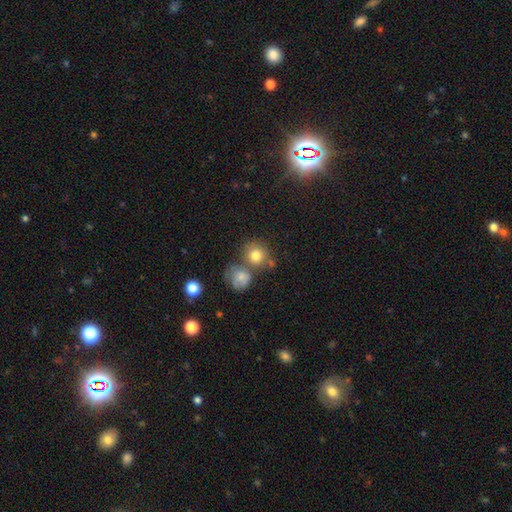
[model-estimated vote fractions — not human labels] This appears to be a smooth galaxy with no disk features (79%) that is round (84%). Merging: none (53%).